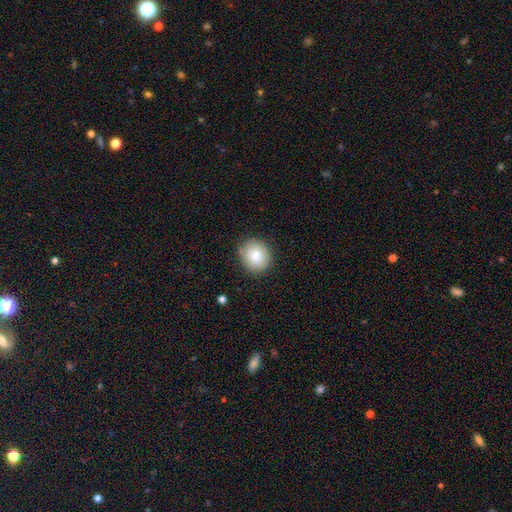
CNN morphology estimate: A smooth galaxy with no disk features (83%) that is round (83%).

Vote fractions:
- Smooth or featured? smooth: 83% / star or artifact: 8% / featured or disk: 8%
- How rounded? round: 83% / in between: 16% / cigar-shaped: 1%
- Merging? none: 86% / minor disturbance: 10% / major disturbance: 2% / merger: 1%